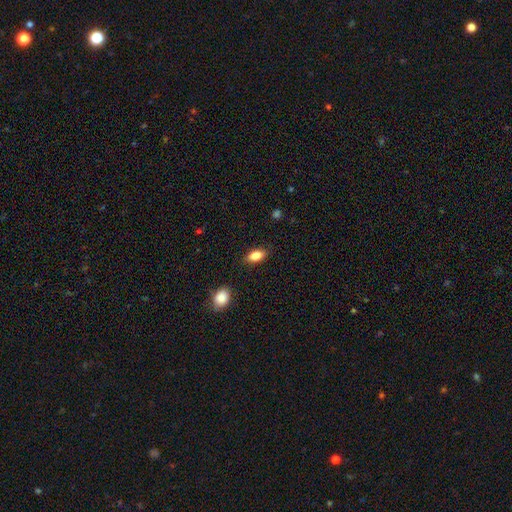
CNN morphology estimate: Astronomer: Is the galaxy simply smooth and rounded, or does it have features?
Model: smooth — 84%.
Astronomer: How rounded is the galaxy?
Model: in between — 88%.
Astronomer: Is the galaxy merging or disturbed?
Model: none — 85%.